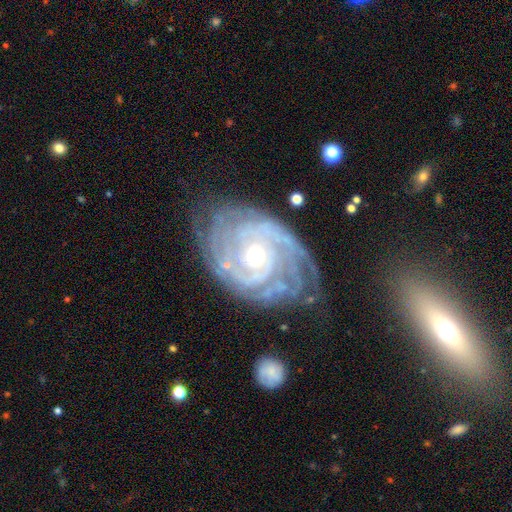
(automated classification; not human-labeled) Q: Smooth or featured?
A: featured or disk (89%); runner-up: star or artifact (6%)
Q: Edge-on disk?
A: no (96%); runner-up: yes (4%)
Q: Bar?
A: no (75%); runner-up: weak (18%)
Q: Spiral arms?
A: yes (97%); runner-up: no (3%)
Q: Spiral winding?
A: tight (80%); runner-up: medium (17%)
Q: Spiral arm count?
A: can't tell (28%); runner-up: 4 (19%)
Q: Bulge size?
A: small (53%); runner-up: moderate (43%)
Q: Merging?
A: none (67%); runner-up: minor disturbance (21%)